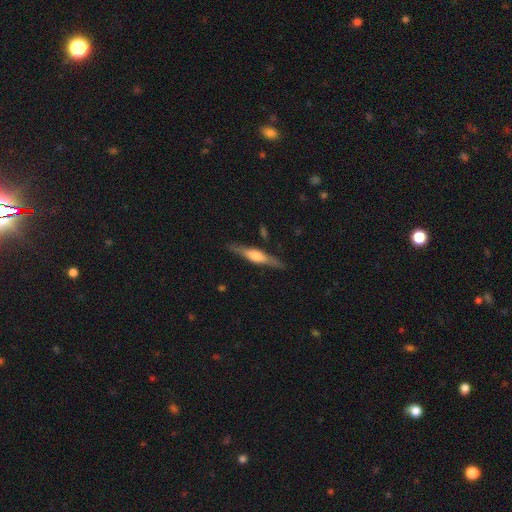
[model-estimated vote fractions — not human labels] smooth-or-featured: featured or disk: 67% | smooth: 28% | star or artifact: 5%
  disk-edge-on: yes: 96% | no: 4%
    edge-on-bulge: rounded: 79% | boxy: 17% | none: 5%
  merging: none: 87% | minor disturbance: 9% | major disturbance: 2% | merger: 1%